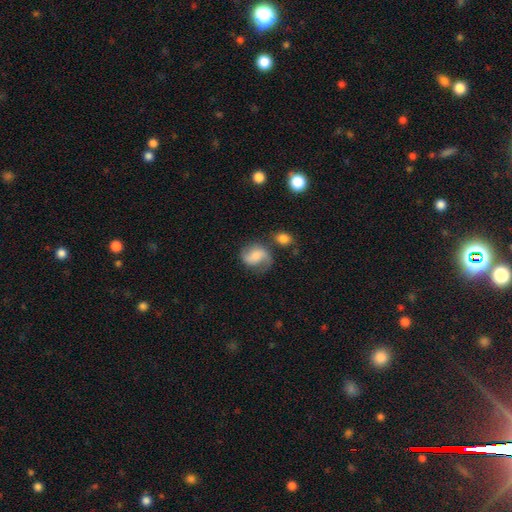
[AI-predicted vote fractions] This appears to be a featured or disk galaxy (52%) with no bar (46%), spiral arms (88%) and a moderate central bulge (41%). Merging: none (56%).